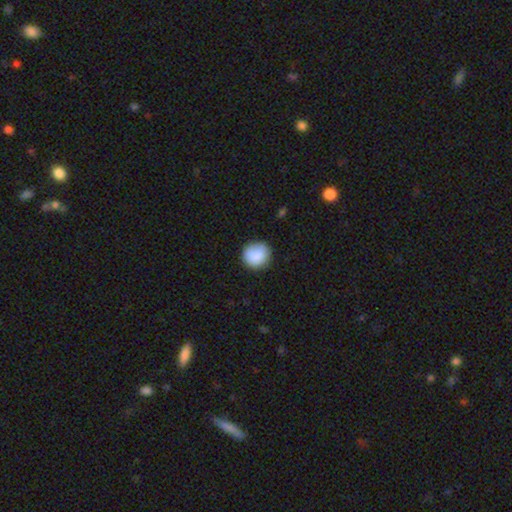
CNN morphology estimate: This appears to be a smooth galaxy with no disk features (88%) that is round (89%). Merging: none (85%).